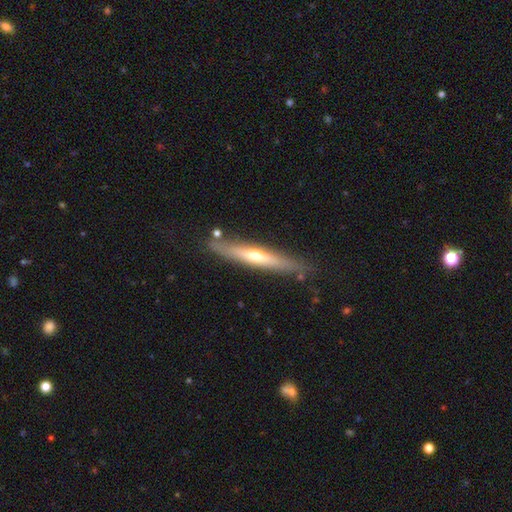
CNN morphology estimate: A featured or disk galaxy (56%) viewed edge-on (90%) with a rounded central bulge (76%). Merging: none (82%).